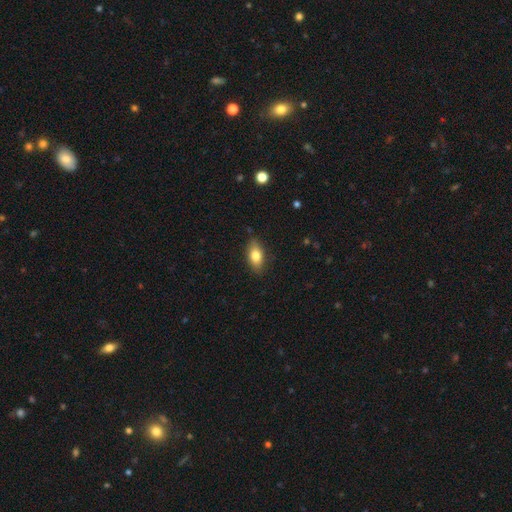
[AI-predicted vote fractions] smooth-or-featured: smooth: 78% | featured or disk: 15% | star or artifact: 7%
  how-rounded: in between: 86% | cigar-shaped: 9% | round: 5%
  merging: none: 85% | minor disturbance: 12% | major disturbance: 2% | merger: 1%